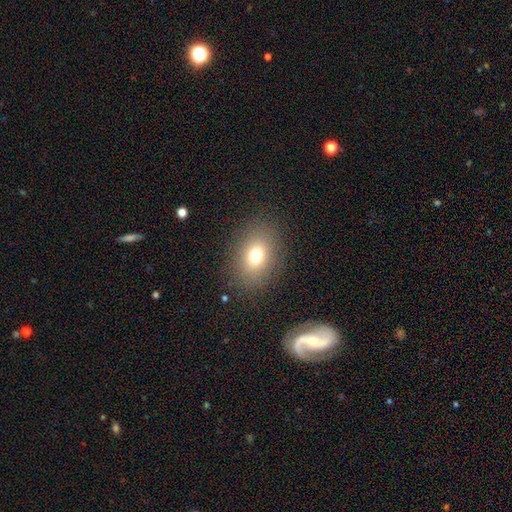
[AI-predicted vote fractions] smooth 73%, star or artifact 14%, featured or disk 13%. Down the decision tree: how rounded — in between (66%); merging — none (86%).